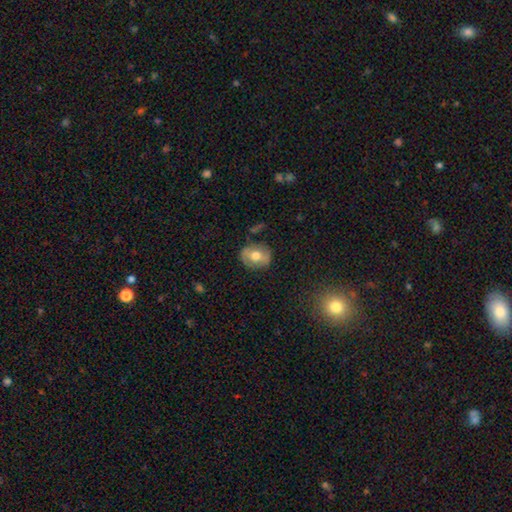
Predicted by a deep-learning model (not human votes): A smooth galaxy with no disk features (54%) that is round (67%). Merging: none (79%).